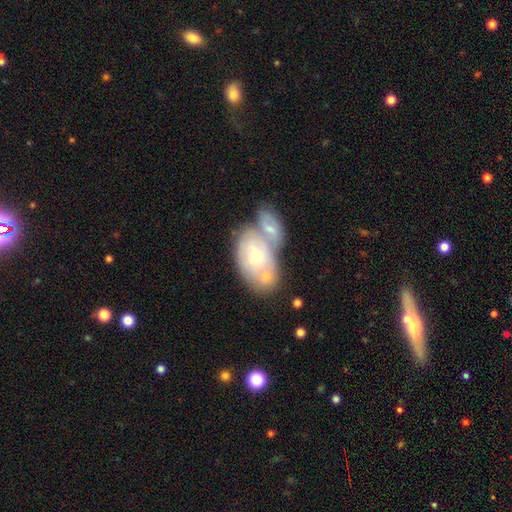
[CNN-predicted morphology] This appears to be a featured or disk galaxy (51%). Merging: merger (61%).